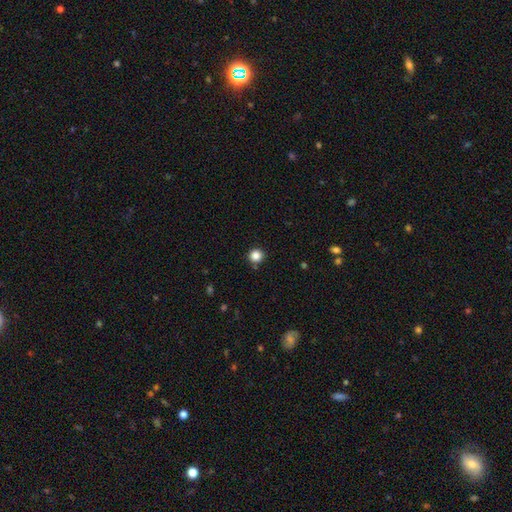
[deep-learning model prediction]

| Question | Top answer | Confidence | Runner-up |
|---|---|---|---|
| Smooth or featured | smooth | 85% | star or artifact (12%) |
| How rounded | round | 94% | in between (5%) |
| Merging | none | 89% | minor disturbance (6%) |